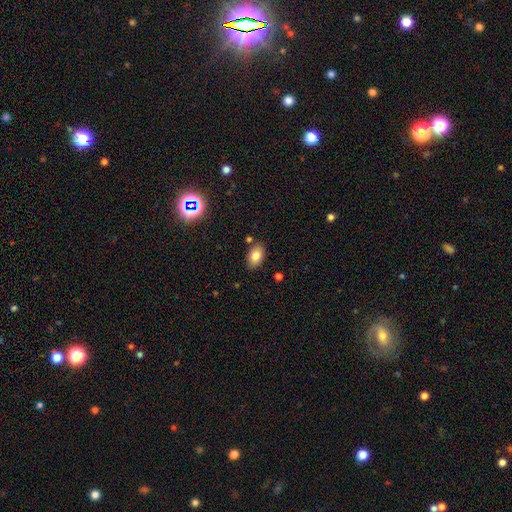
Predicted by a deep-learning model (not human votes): smooth-or-featured: smooth: 81% | featured or disk: 10% | star or artifact: 9%
  how-rounded: in between: 89% | round: 10% | cigar-shaped: 1%
  merging: none: 81% | minor disturbance: 12% | merger: 5% | major disturbance: 3%